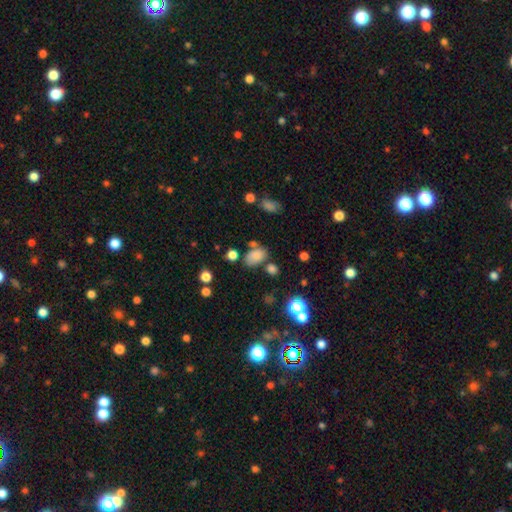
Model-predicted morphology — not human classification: Overall: smooth (78%). How rounded: in between (86%). Merging: none (62%).